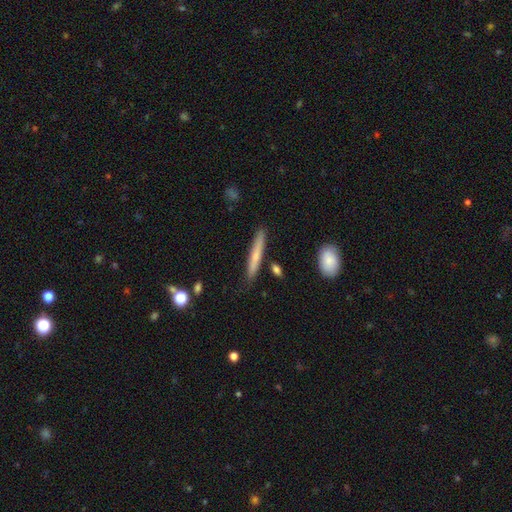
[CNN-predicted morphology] smooth-or-featured: smooth: 63% | featured or disk: 31% | star or artifact: 6%
  how-rounded: cigar-shaped: 94% | in between: 4% | round: 2%
  merging: none: 85% | minor disturbance: 10% | merger: 3% | major disturbance: 2%